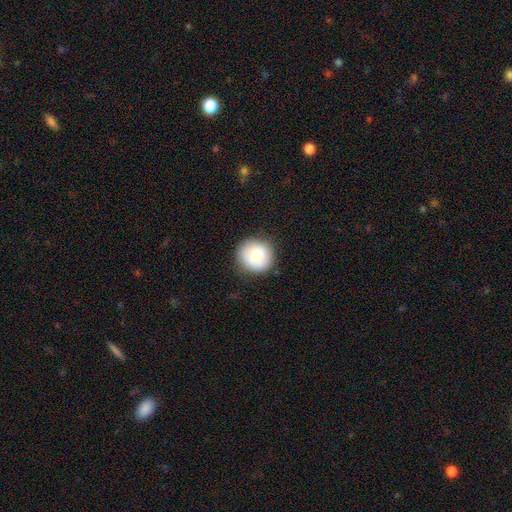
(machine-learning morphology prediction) This is clearly a smooth galaxy (81%). How rounded: clearly round (91%). Merging: clearly none (85%).